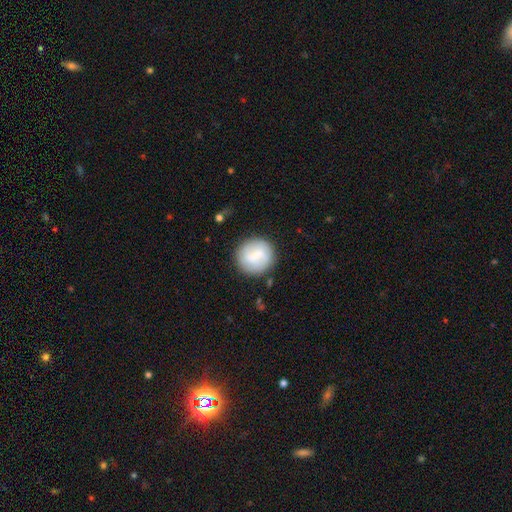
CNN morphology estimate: Smooth or featured?
  - smooth: 64% *
  - featured or disk: 30%
  - star or artifact: 7%
How rounded?
  - round: 90% *
  - in between: 8%
  - cigar-shaped: 1%
Merging?
  - none: 80% *
  - minor disturbance: 12%
  - major disturbance: 5%
  - merger: 3%